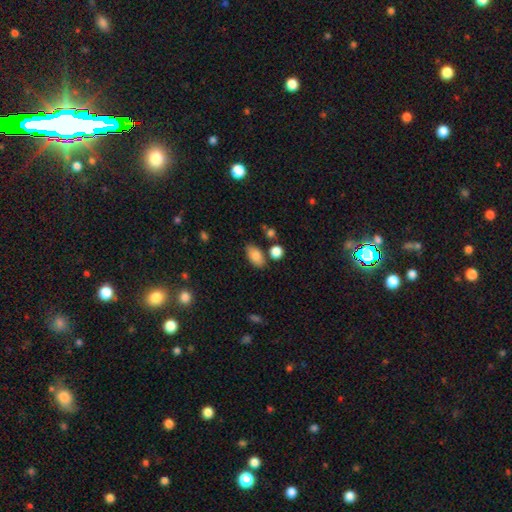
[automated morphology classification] Overall: smooth (85%). How rounded: in between (91%). Merging: none (77%).